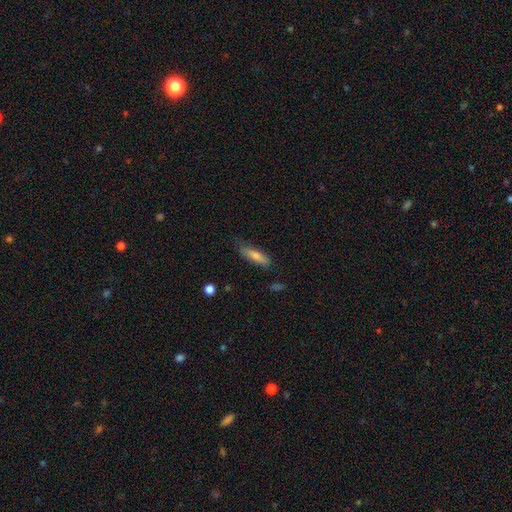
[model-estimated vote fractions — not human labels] Smooth or featured: smooth — 72% (featured or disk — 20%)
How rounded: cigar-shaped — 68% (in between — 30%)
Merging: none — 72% (minor disturbance — 22%)